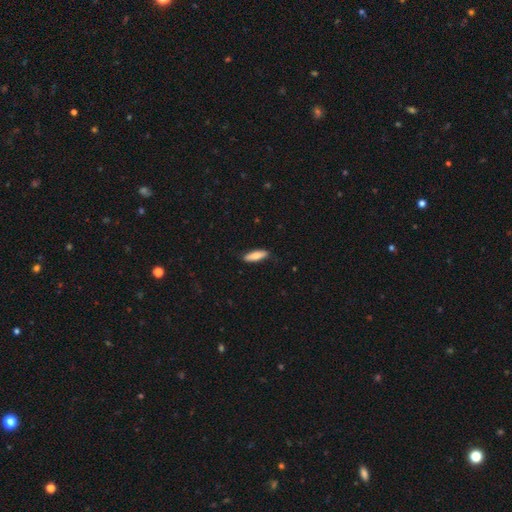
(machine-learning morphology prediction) smooth-or-featured: smooth: 78% | featured or disk: 16% | star or artifact: 6%
  how-rounded: cigar-shaped: 54% | in between: 44% | round: 2%
  merging: none: 86% | minor disturbance: 11% | major disturbance: 2% | merger: 1%